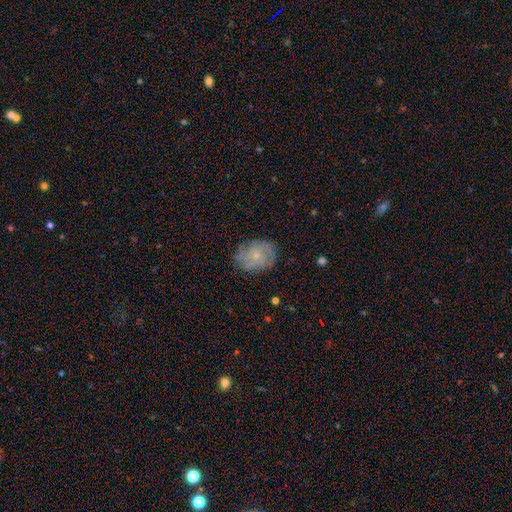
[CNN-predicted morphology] Q: Smooth or featured?
A: featured or disk (62%); runner-up: smooth (30%)
Q: Edge-on disk?
A: no (97%); runner-up: yes (3%)
Q: Bar?
A: no (81%); runner-up: weak (17%)
Q: Spiral arms?
A: yes (82%); runner-up: no (18%)
Q: Bulge size?
A: small (70%); runner-up: moderate (23%)
Q: Merging?
A: none (75%); runner-up: minor disturbance (18%)